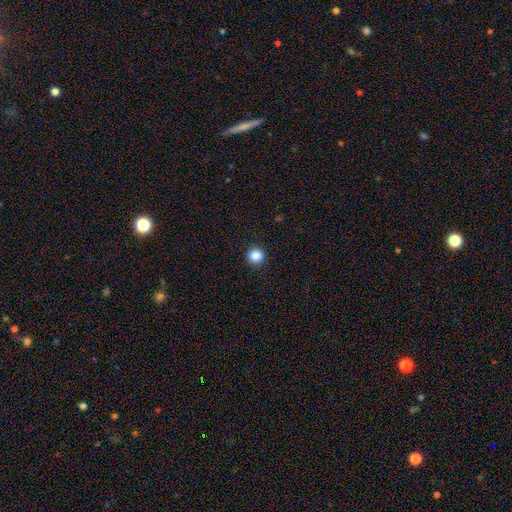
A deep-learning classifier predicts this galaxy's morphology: A smooth galaxy with no disk features (87%) that is round (90%).

Vote fractions:
- Smooth or featured? smooth: 87% / star or artifact: 10% / featured or disk: 3%
- How rounded? round: 90% / in between: 9% / cigar-shaped: 1%
- Merging? none: 92% / minor disturbance: 6% / major disturbance: 2% / merger: 1%